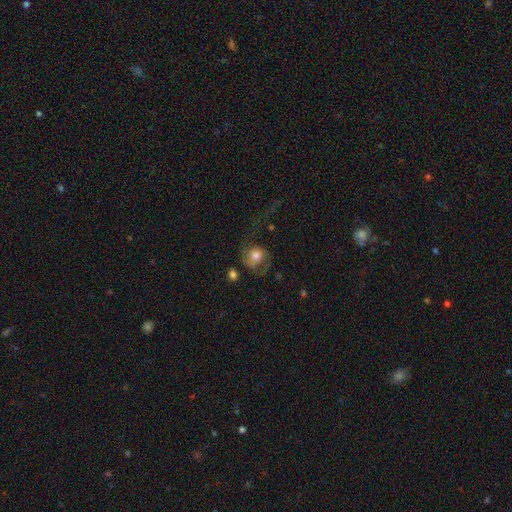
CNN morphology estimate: smooth-or-featured: smooth: 52% | featured or disk: 40% | star or artifact: 8%
  how-rounded: round: 75% | in between: 23% | cigar-shaped: 1%
  merging: major disturbance: 43% | none: 35% | minor disturbance: 17% | merger: 5%